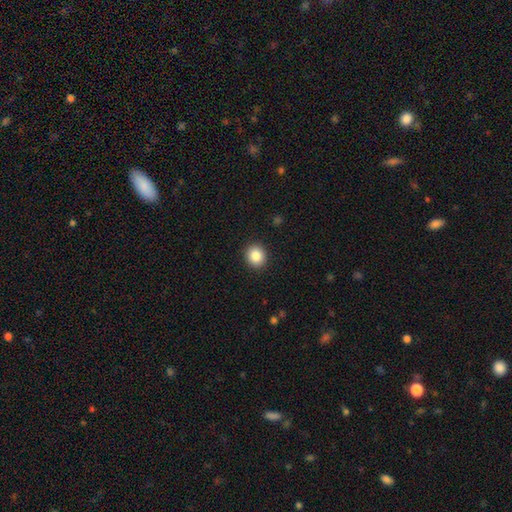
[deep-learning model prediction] smooth-or-featured: smooth: 85% | star or artifact: 9% | featured or disk: 5%
  how-rounded: round: 80% | in between: 19% | cigar-shaped: 1%
  merging: none: 91% | minor disturbance: 6% | major disturbance: 2% | merger: 1%